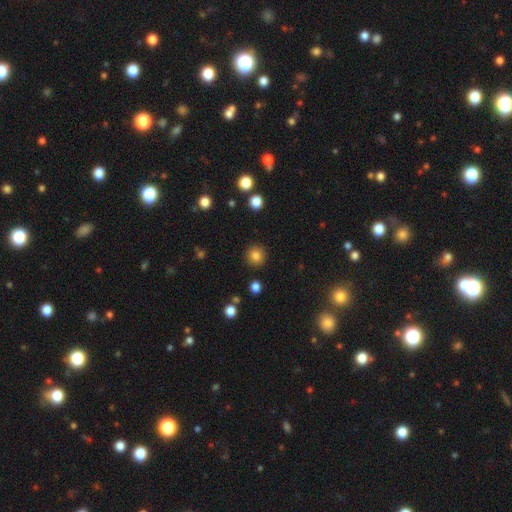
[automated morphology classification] Smooth or featured? Predicted: smooth (p=0.83). How rounded? Predicted: round (p=0.93). Merging? Predicted: none (p=0.91).